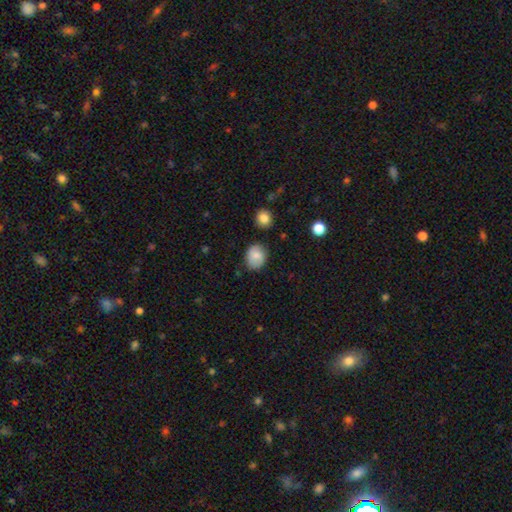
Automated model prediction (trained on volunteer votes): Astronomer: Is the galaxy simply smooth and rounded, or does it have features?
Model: smooth — 83%.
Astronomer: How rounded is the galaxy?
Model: in between — 53% (runner-up: round, 46%).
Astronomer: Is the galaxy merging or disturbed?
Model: none — 76%.